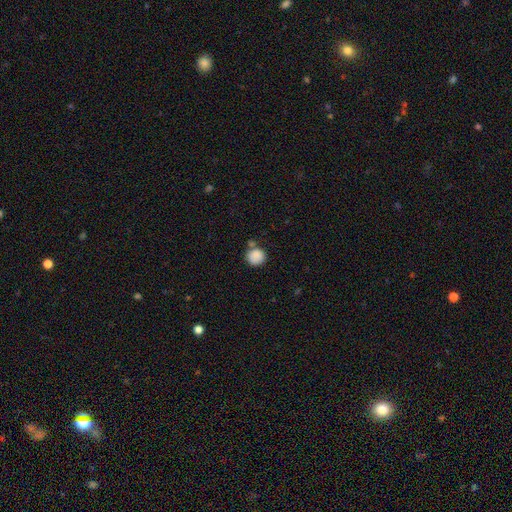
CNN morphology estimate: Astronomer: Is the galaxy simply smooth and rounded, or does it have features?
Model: smooth — 87%.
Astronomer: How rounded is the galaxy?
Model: round — 87%.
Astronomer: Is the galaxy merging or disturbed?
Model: none — 65%.